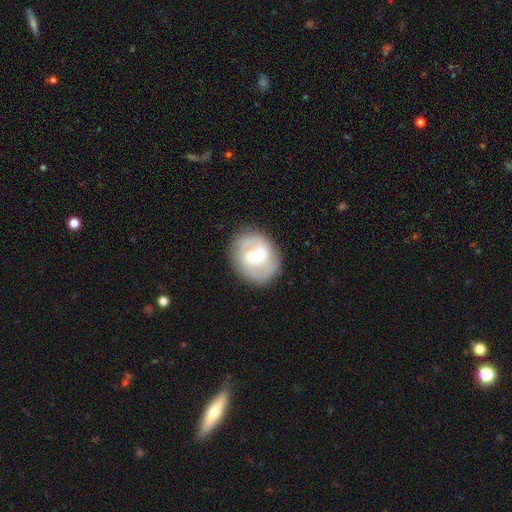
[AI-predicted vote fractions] The model was most divided on "bar": weak: 43%, no: 37%, strong: 20%. Remaining: edge-on disk — no (96%); merging — none (83%); spiral arm count — 2 (78%); spiral arms — yes (76%); smooth or featured — featured or disk (68%); bulge size — moderate (57%); spiral winding — medium (44%).